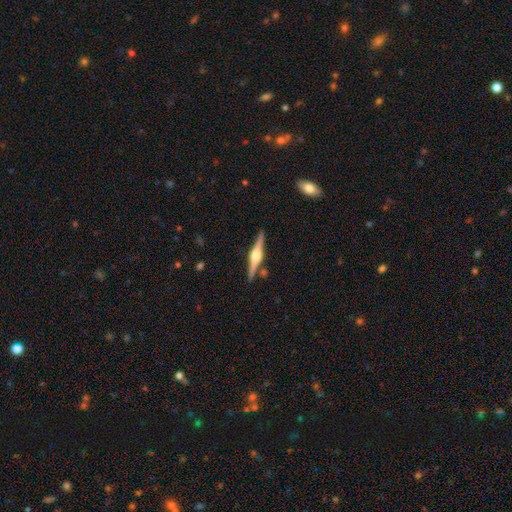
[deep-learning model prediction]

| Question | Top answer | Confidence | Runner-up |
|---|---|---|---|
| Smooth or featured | featured or disk | 84% | smooth (11%) |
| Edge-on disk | yes | 98% | no (2%) |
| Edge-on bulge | rounded | 89% | boxy (9%) |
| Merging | none | 88% | minor disturbance (8%) |